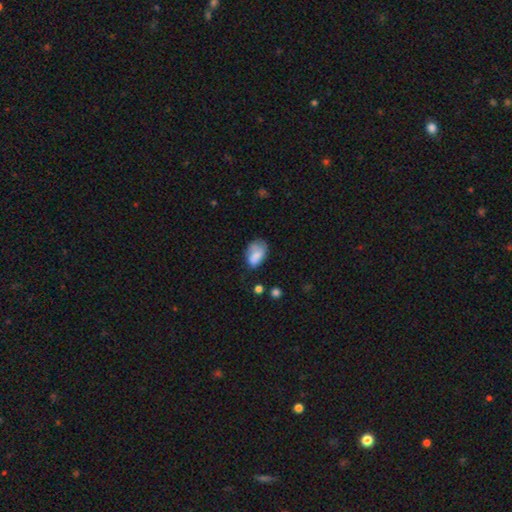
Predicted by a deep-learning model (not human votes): smooth-or-featured: smooth: 75% | featured or disk: 16% | star or artifact: 9%
  how-rounded: in between: 89% | round: 9% | cigar-shaped: 2%
  merging: none: 44% | minor disturbance: 34% | major disturbance: 17% | merger: 5%